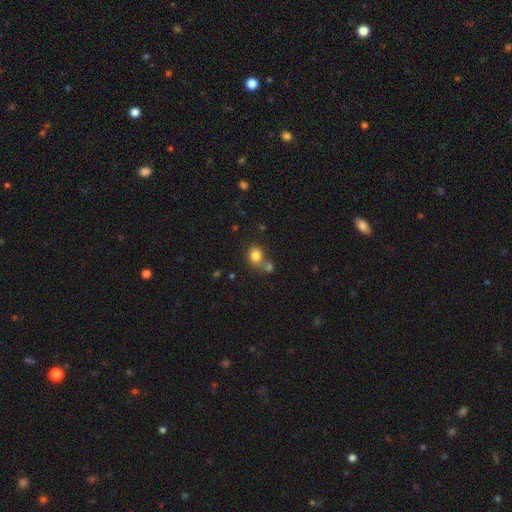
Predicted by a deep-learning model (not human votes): Morphology: type=smooth (81%); roundness=round (71%); merging=none (51%).